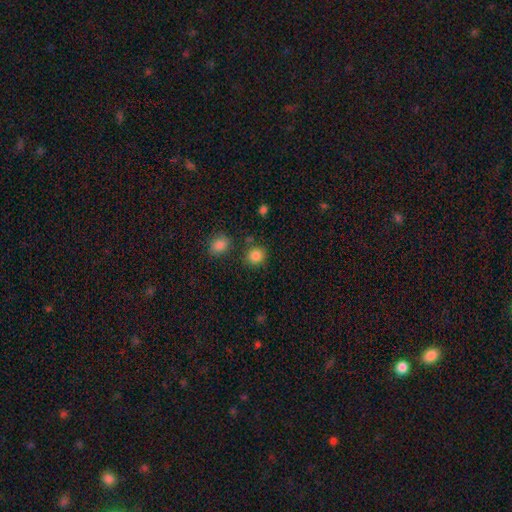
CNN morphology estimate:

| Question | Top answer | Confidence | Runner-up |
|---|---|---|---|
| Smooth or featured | smooth | 85% | star or artifact (11%) |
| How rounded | round | 83% | in between (16%) |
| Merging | none | 81% | minor disturbance (10%) |